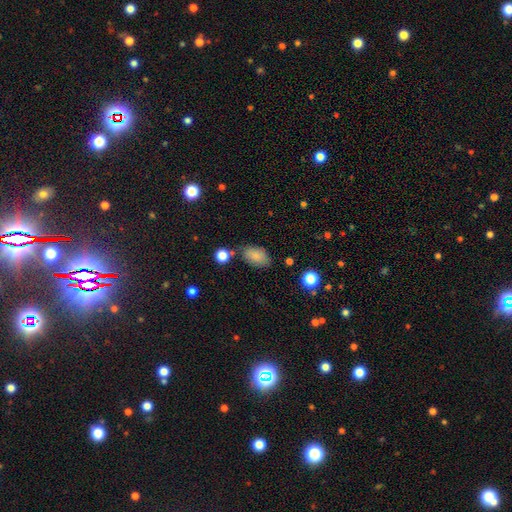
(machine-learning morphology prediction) A smooth galaxy with no disk features (85%) that is in between round and cigar-shaped (90%). Merging: none (71%).